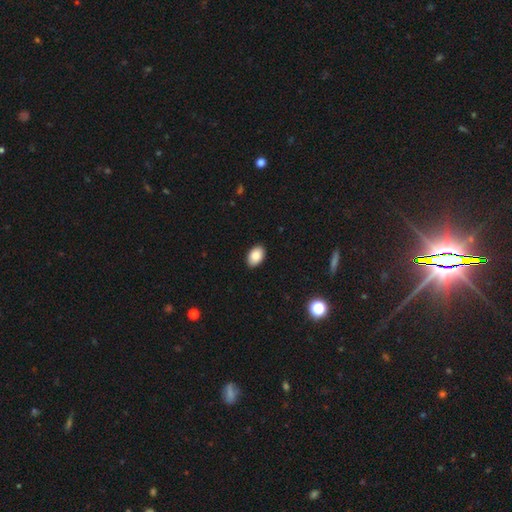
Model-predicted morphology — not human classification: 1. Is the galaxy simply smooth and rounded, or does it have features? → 88% smooth, 7% star or artifact, 5% featured or disk.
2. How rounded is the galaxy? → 89% in between, 10% round, 1% cigar-shaped.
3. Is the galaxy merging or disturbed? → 89% none, 8% minor disturbance, 2% major disturbance, 1% merger.